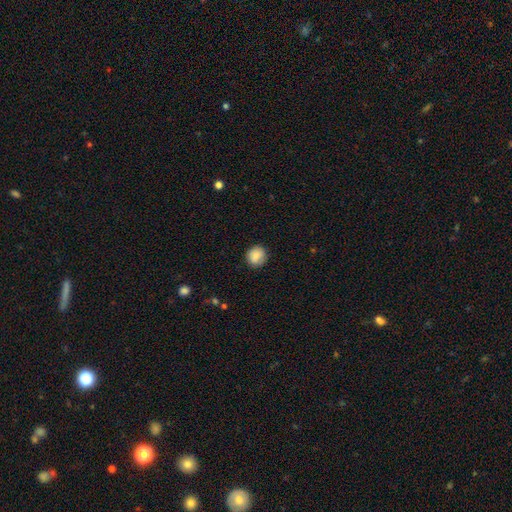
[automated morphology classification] Smooth or featured? smooth (82%)
How rounded? round (86%)
Merging? none (84%)